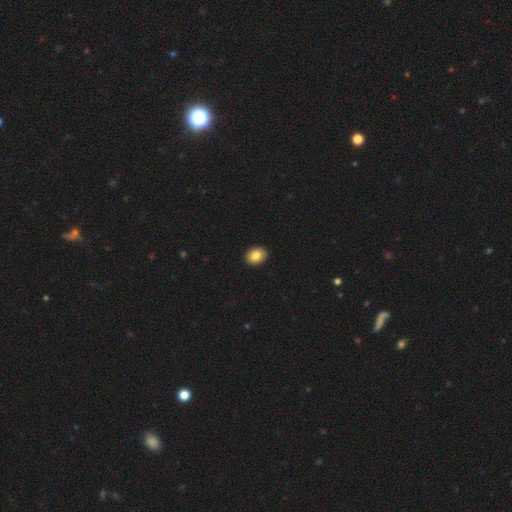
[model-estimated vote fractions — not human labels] Overall: smooth (85%). How rounded: in between (59%; round 40%). Merging: none (91%).